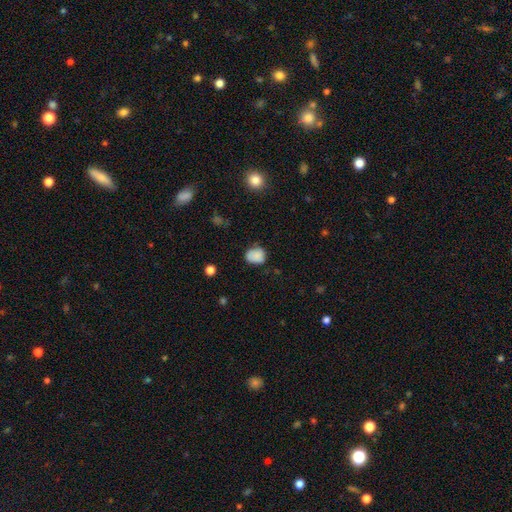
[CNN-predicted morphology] A smooth galaxy with no disk features (83%) that is in between round and cigar-shaped (51%). Merging: none (64%).